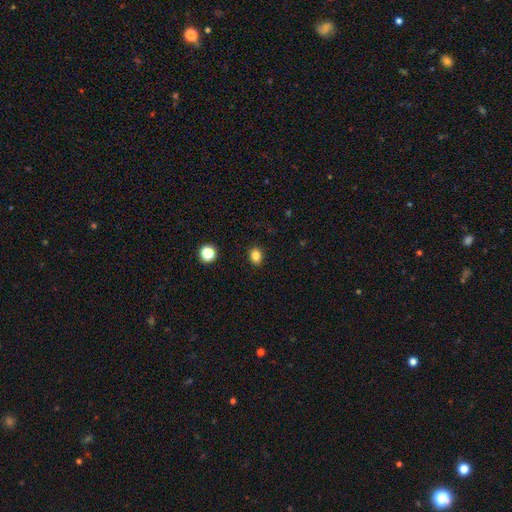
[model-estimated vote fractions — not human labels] Smooth or featured?
  - smooth: 84% *
  - star or artifact: 12%
  - featured or disk: 5%
How rounded?
  - in between: 51% *
  - round: 48%
  - cigar-shaped: 1%
Merging?
  - none: 89% *
  - minor disturbance: 8%
  - major disturbance: 2%
  - merger: 1%